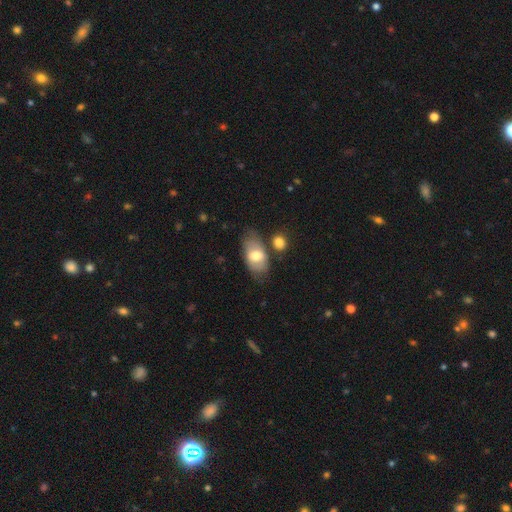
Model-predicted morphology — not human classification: Smooth or featured? Predicted: smooth (p=0.66). How rounded? Predicted: in between (p=0.91). Merging? Predicted: none (p=0.63).